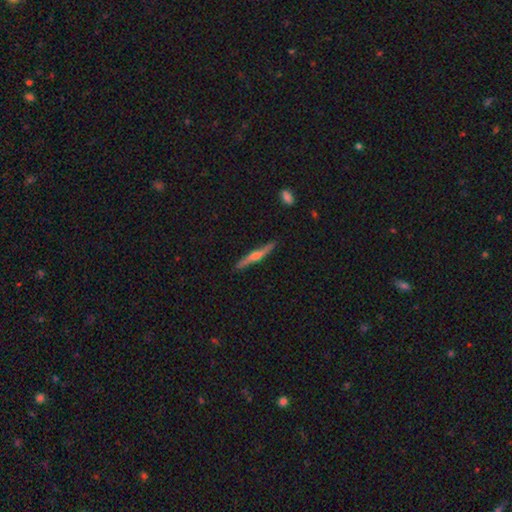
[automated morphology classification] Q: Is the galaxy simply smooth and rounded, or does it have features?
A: featured or disk — 68%.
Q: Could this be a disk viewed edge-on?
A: yes — 96%.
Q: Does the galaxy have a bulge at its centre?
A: rounded — 82%.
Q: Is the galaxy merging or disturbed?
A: none — 87%.